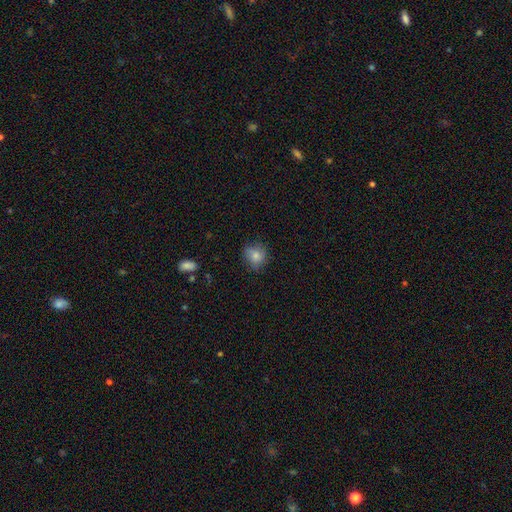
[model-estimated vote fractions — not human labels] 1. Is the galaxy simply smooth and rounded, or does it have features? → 79% smooth, 11% featured or disk, 10% star or artifact.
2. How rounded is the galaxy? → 73% round, 26% in between, 1% cigar-shaped.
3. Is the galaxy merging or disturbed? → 71% none, 22% minor disturbance, 5% major disturbance, 1% merger.